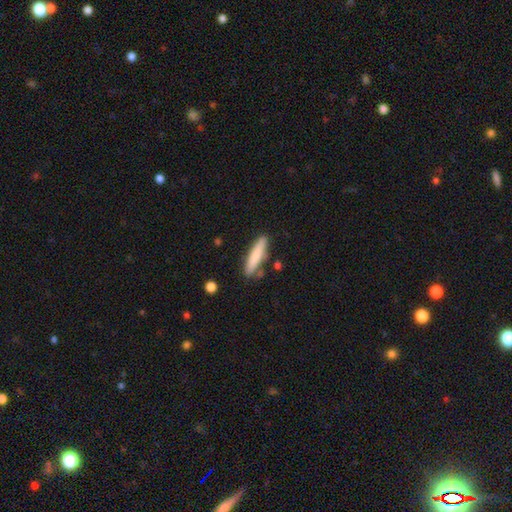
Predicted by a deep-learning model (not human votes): Smooth or featured?
  - smooth: 78% *
  - featured or disk: 16%
  - star or artifact: 6%
How rounded?
  - cigar-shaped: 85% *
  - in between: 13%
  - round: 1%
Merging?
  - none: 80% *
  - minor disturbance: 13%
  - merger: 4%
  - major disturbance: 3%